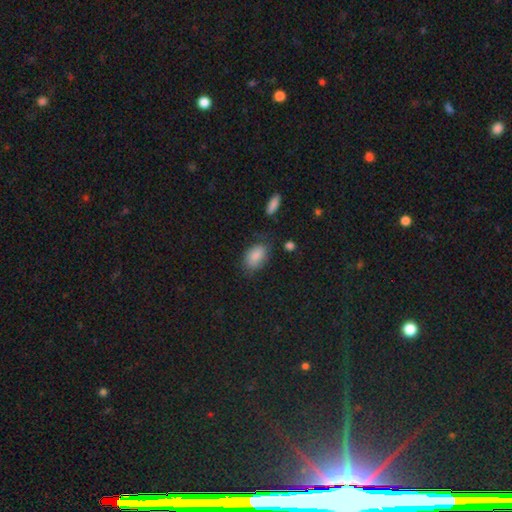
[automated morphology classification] A smooth galaxy with no disk features (86%) that is in between round and cigar-shaped (89%). Merging: none (65%).